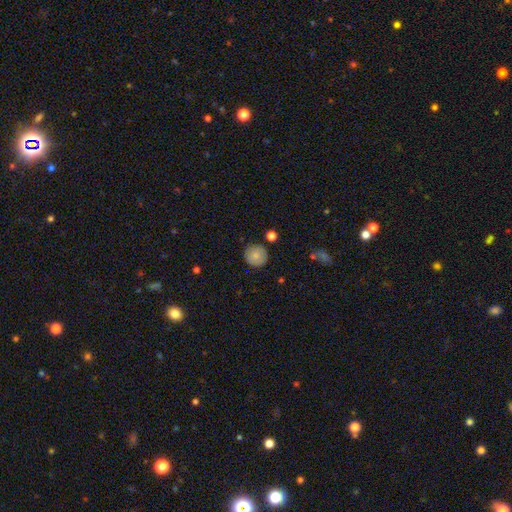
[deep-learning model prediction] A smooth galaxy with no disk features (82%) that is round (94%). Merging: none (86%).